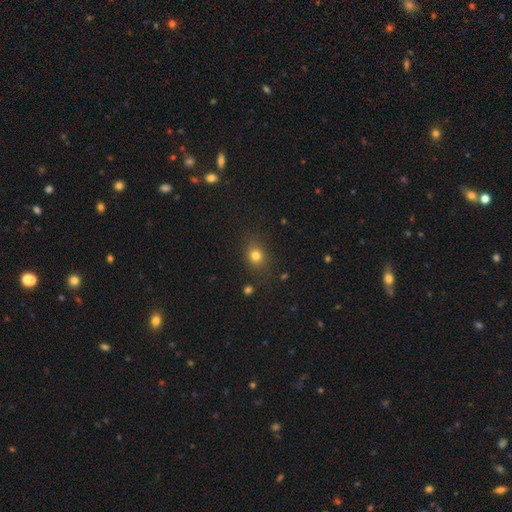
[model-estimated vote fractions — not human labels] smooth 78%, star or artifact 14%, featured or disk 7%. Down the decision tree: how rounded — round (63%); merging — none (82%).